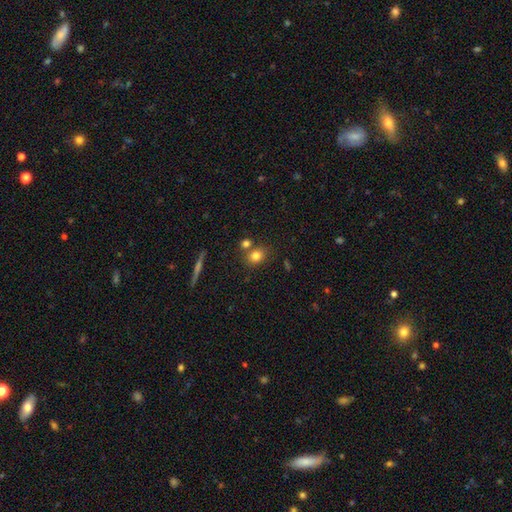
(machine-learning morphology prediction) Smooth or featured: smooth — 79% (star or artifact — 12%)
How rounded: round — 66% (in between — 32%)
Merging: none — 67% (merger — 20%)